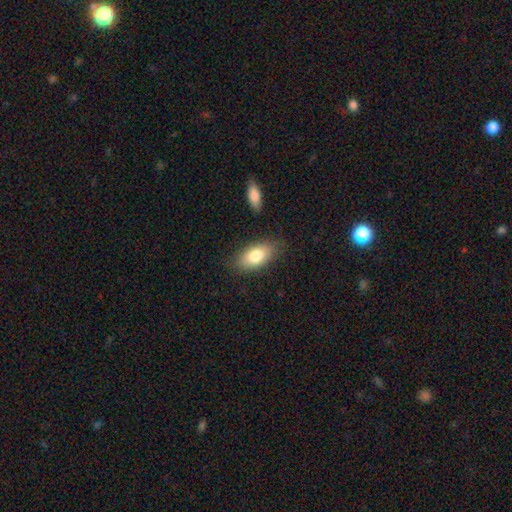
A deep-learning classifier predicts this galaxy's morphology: This is likely a smooth galaxy (79%). How rounded: clearly in between (90%). Merging: clearly none (81%).